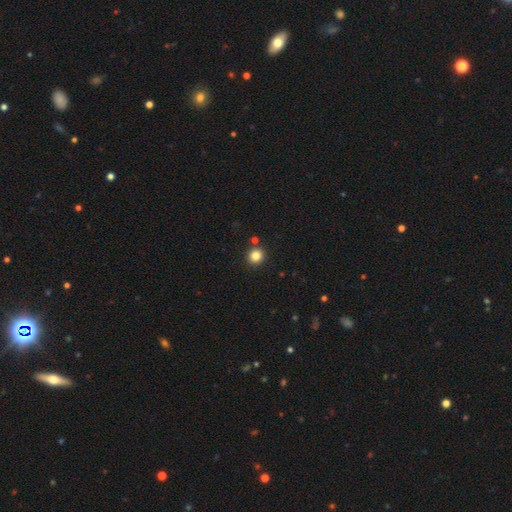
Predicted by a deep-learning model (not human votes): Morphology: type=smooth (83%); roundness=round (90%); merging=none (88%).